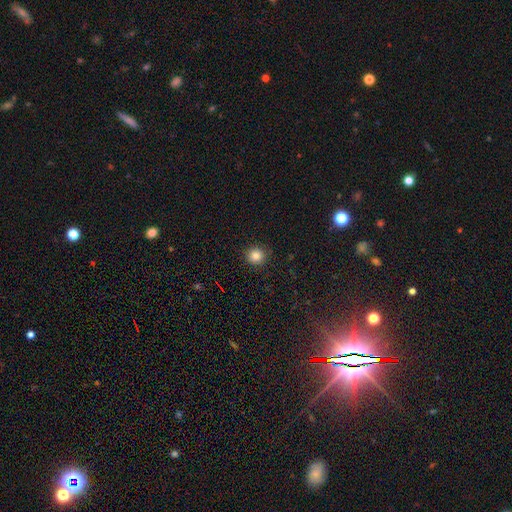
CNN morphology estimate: Overall: smooth (84%). How rounded: round (91%). Merging: none (91%).